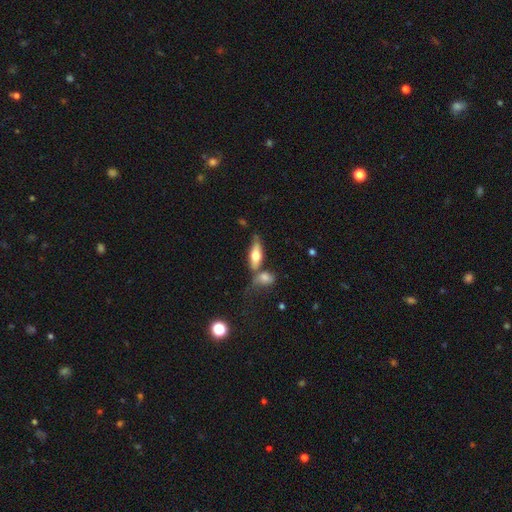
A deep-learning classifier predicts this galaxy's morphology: A smooth galaxy with no disk features (59%) that is in between round and cigar-shaped (66%). Merging: none (42%).